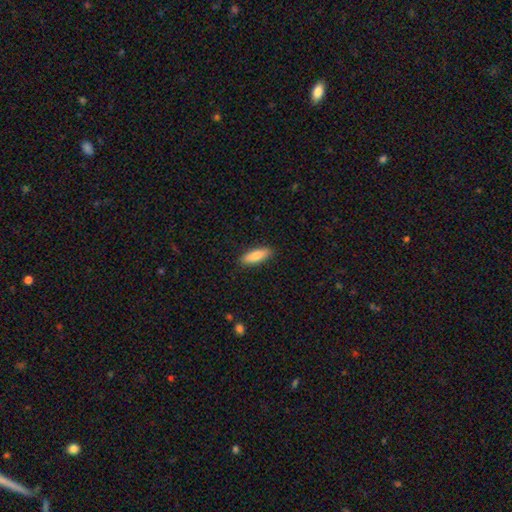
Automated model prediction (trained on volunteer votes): This is clearly a smooth galaxy (84%). How rounded: possibly in between (54%). Merging: clearly none (89%).